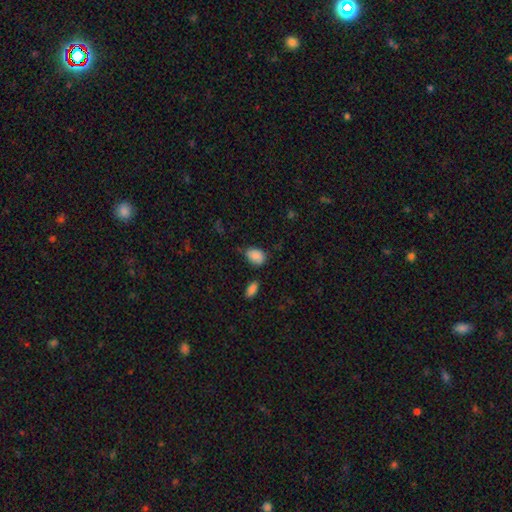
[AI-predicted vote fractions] smooth_or_featured: smooth (p=0.87) [alt: star or artifact p=0.08]
how_rounded: in between (p=0.81) [alt: round p=0.17]
merging: none (p=0.59) [alt: minor disturbance p=0.30]